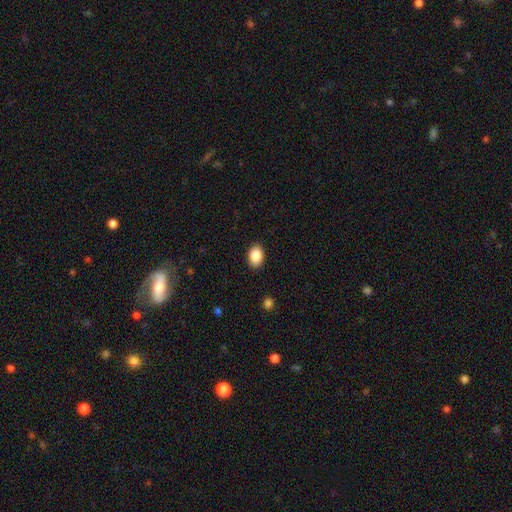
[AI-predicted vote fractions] Smooth or featured?
  - smooth: 88% *
  - star or artifact: 8%
  - featured or disk: 4%
How rounded?
  - in between: 80% *
  - round: 19%
  - cigar-shaped: 1%
Merging?
  - none: 89% *
  - minor disturbance: 8%
  - major disturbance: 2%
  - merger: 1%